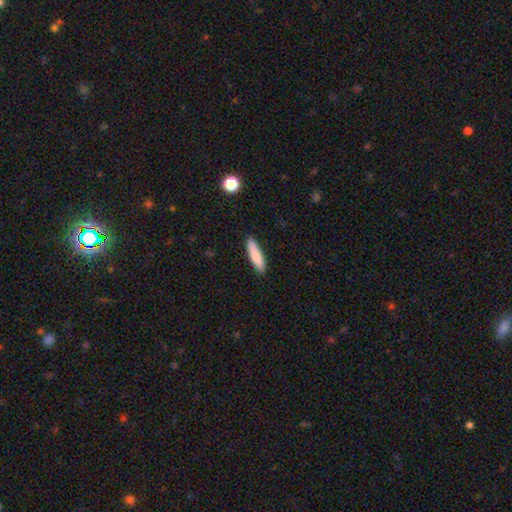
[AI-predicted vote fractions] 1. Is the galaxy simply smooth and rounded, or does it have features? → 84% smooth, 10% featured or disk, 6% star or artifact.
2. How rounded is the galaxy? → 77% cigar-shaped, 22% in between, 1% round.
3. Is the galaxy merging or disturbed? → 88% none, 9% minor disturbance, 2% major disturbance, 1% merger.